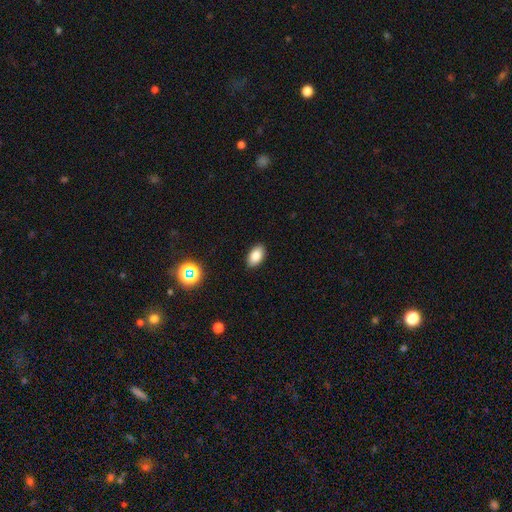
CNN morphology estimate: This is clearly a smooth galaxy (84%). How rounded: clearly in between (93%). Merging: clearly none (90%).